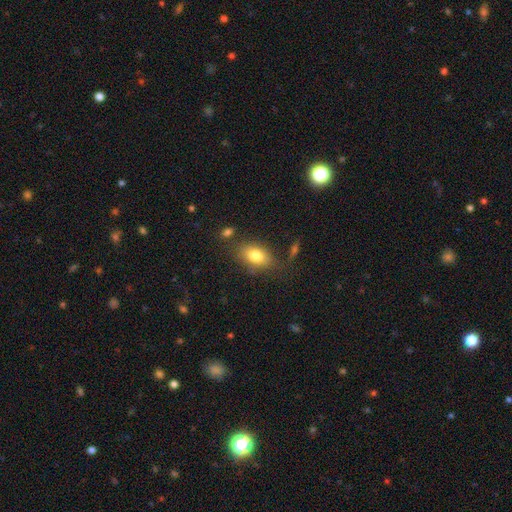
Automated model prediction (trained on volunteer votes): smooth_or_featured: smooth (p=0.80) [alt: featured or disk p=0.12]
how_rounded: in between (p=0.85) [alt: round p=0.12]
merging: none (p=0.72) [alt: minor disturbance p=0.17]